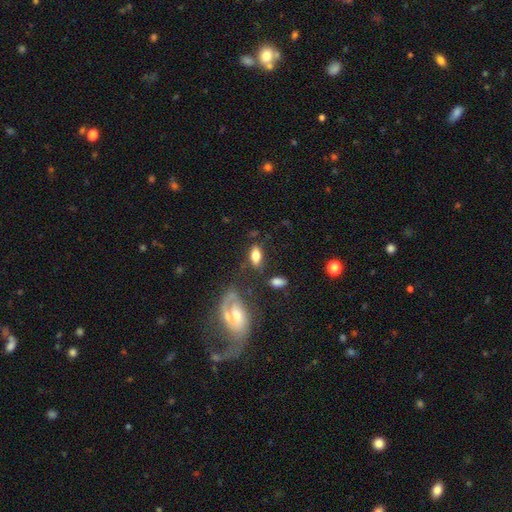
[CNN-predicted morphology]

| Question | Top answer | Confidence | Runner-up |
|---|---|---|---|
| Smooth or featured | smooth | 70% | featured or disk (21%) |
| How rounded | in between | 86% | cigar-shaped (9%) |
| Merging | none | 66% | minor disturbance (18%) |